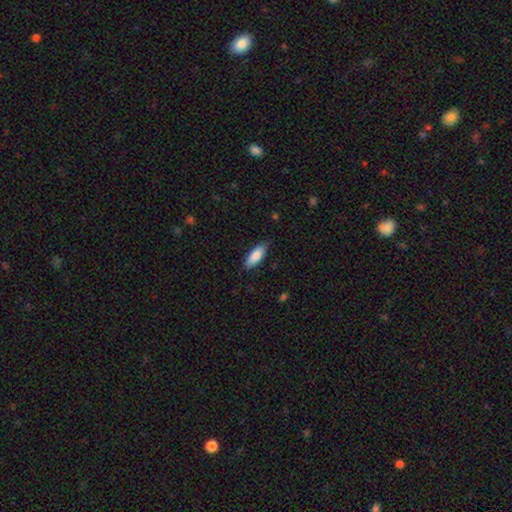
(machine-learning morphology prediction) The model was most divided on "how rounded": in between: 72%, cigar-shaped: 26%, round: 2%. More confident: smooth or featured — smooth (85%); merging — none (83%).